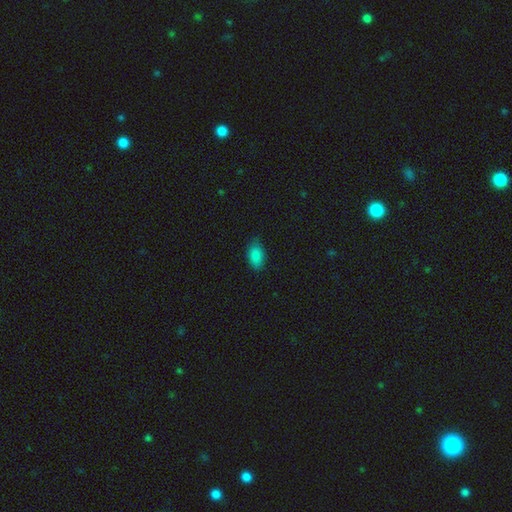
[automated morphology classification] A smooth galaxy with no disk features (87%) that is in between round and cigar-shaped (92%).

Vote fractions:
- Smooth or featured? smooth: 87% / star or artifact: 9% / featured or disk: 4%
- How rounded? in between: 92% / round: 6% / cigar-shaped: 3%
- Merging? none: 76% / minor disturbance: 19% / major disturbance: 3% / merger: 1%